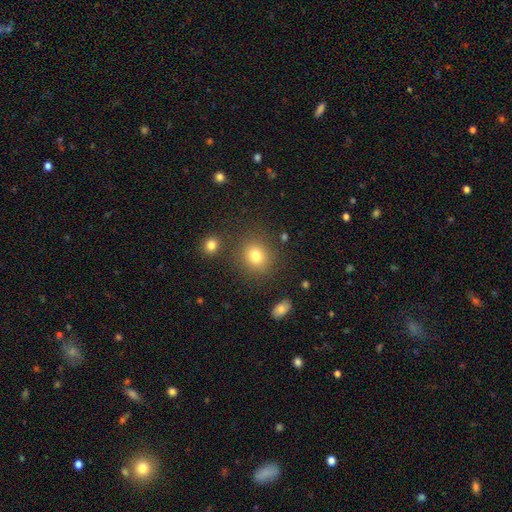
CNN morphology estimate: Smooth or featured? Predicted: smooth (p=0.78). How rounded? Predicted: round (p=0.79). Merging? Predicted: none (p=0.82).